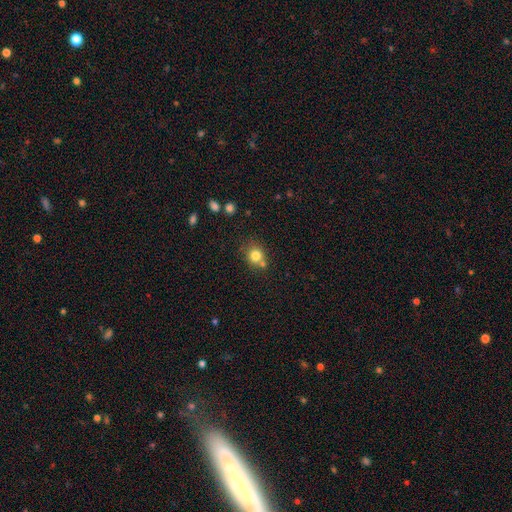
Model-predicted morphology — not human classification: Smooth or featured?
  - smooth: 80% *
  - star or artifact: 12%
  - featured or disk: 8%
How rounded?
  - round: 82% *
  - in between: 17%
  - cigar-shaped: 1%
Merging?
  - none: 62% *
  - merger: 22%
  - minor disturbance: 12%
  - major disturbance: 4%